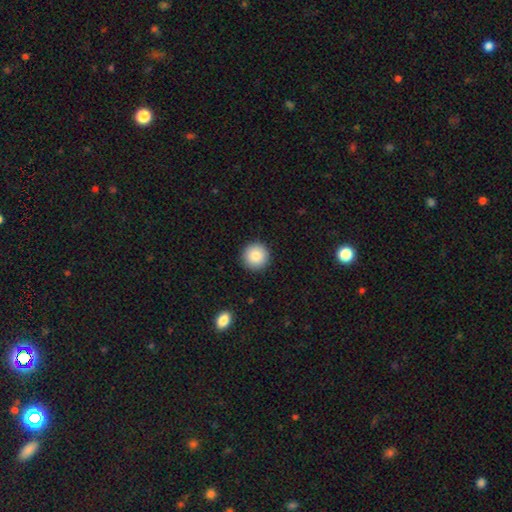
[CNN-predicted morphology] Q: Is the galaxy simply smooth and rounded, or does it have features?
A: smooth — 87%.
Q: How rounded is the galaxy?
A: round — 96%.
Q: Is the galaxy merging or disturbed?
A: none — 93%.